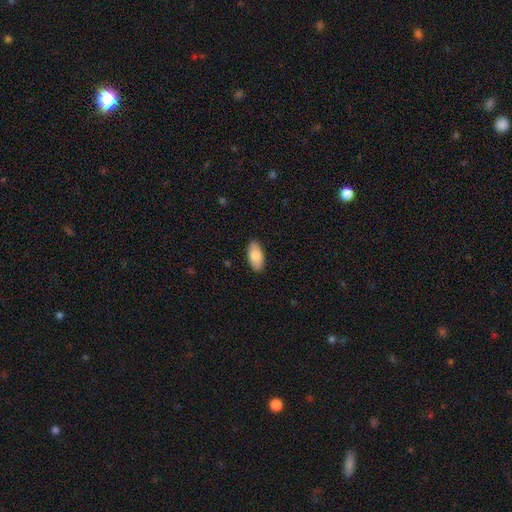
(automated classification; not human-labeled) smooth_or_featured: smooth (p=0.78) [alt: featured or disk p=0.17]
how_rounded: in between (p=0.94) [alt: cigar-shaped p=0.04]
merging: none (p=0.89) [alt: minor disturbance p=0.08]